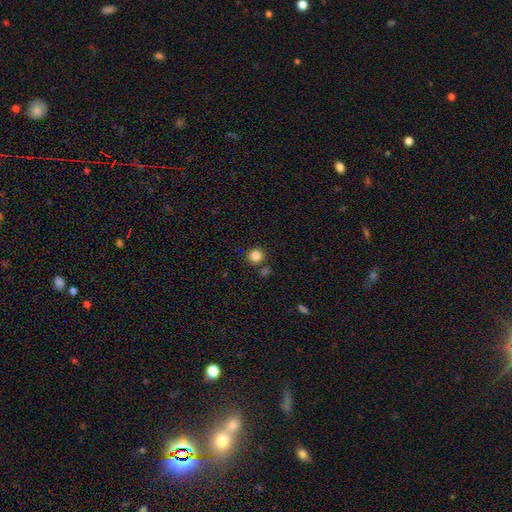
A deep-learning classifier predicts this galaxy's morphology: smooth_or_featured: smooth (p=0.84) [alt: star or artifact p=0.11]
how_rounded: round (p=0.93) [alt: in between p=0.06]
merging: none (p=0.81) [alt: merger p=0.09]